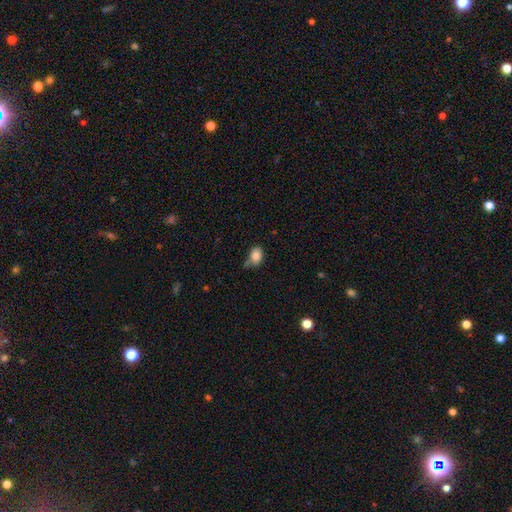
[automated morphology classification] Smooth or featured: smooth — 84% (star or artifact — 9%)
How rounded: in between — 70% (round — 29%)
Merging: none — 54% (minor disturbance — 29%)